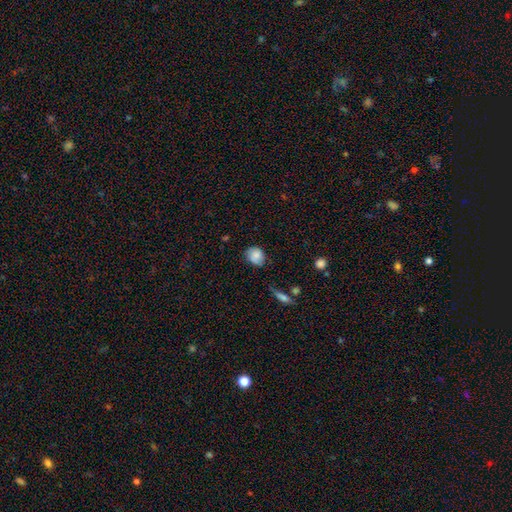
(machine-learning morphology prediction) Overall: smooth (79%). How rounded: round (65%; in between 34%). Merging: none (68%).